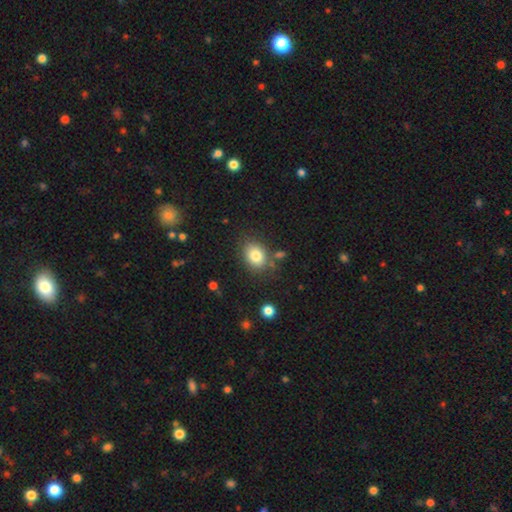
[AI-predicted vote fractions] Q: Smooth or featured?
A: smooth (81%); runner-up: star or artifact (10%)
Q: How rounded?
A: in between (55%); runner-up: round (44%)
Q: Merging?
A: none (76%); runner-up: minor disturbance (13%)